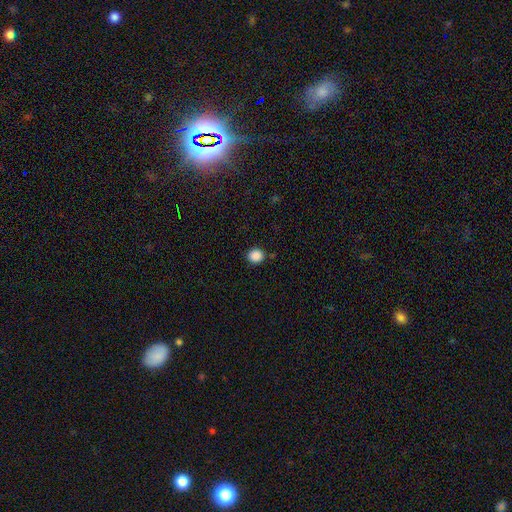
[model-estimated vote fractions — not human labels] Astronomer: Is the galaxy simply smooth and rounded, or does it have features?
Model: smooth — 87%.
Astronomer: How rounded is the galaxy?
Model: round — 85%.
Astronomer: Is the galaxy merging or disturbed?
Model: none — 88%.